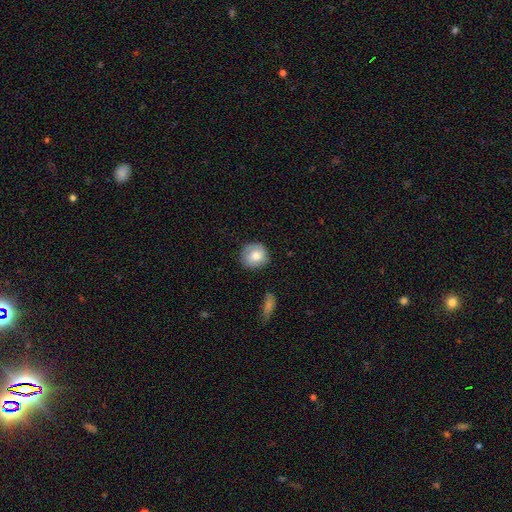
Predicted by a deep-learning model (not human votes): Morphology: type=smooth (75%); roundness=round (87%); merging=none (77%).